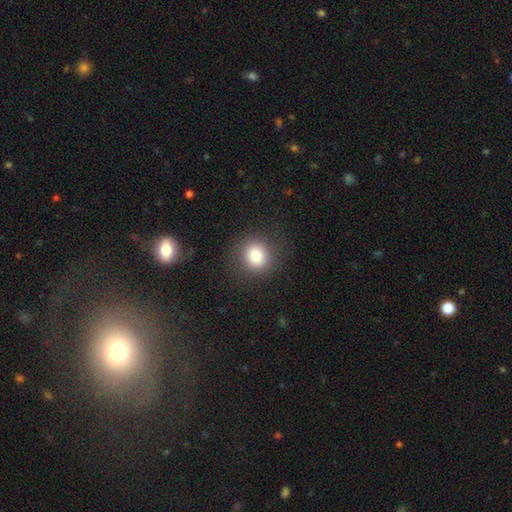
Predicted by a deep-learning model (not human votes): Smooth or featured?
  - smooth: 82% *
  - star or artifact: 11%
  - featured or disk: 7%
How rounded?
  - round: 87% *
  - in between: 12%
  - cigar-shaped: 1%
Merging?
  - none: 88% *
  - minor disturbance: 7%
  - major disturbance: 3%
  - merger: 1%